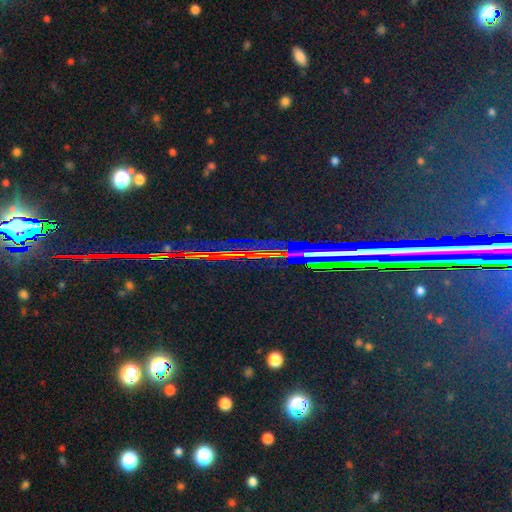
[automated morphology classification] The model was most divided on "smooth or featured": star or artifact: 83%, smooth: 9%, featured or disk: 9%.